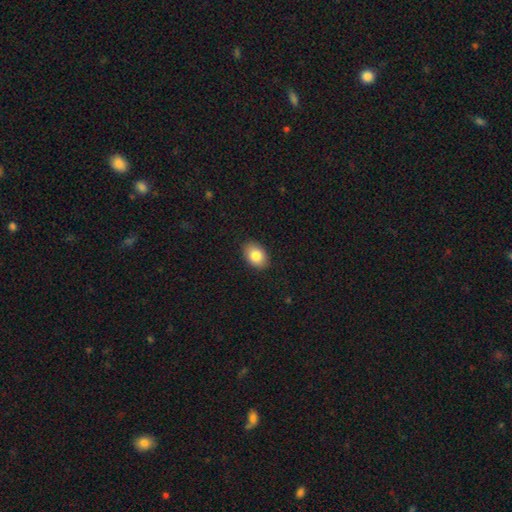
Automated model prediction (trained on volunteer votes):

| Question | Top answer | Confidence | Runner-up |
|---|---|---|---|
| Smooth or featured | smooth | 83% | featured or disk (9%) |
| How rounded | in between | 84% | round (15%) |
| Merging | none | 88% | minor disturbance (9%) |